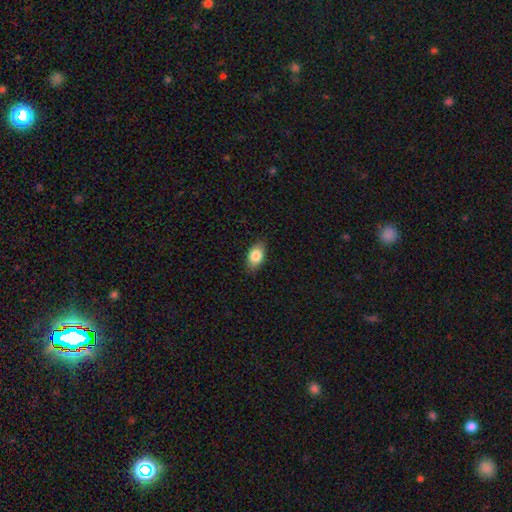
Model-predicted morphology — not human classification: type=smooth (84%); roundness=in between (88%); merging=none (85%).